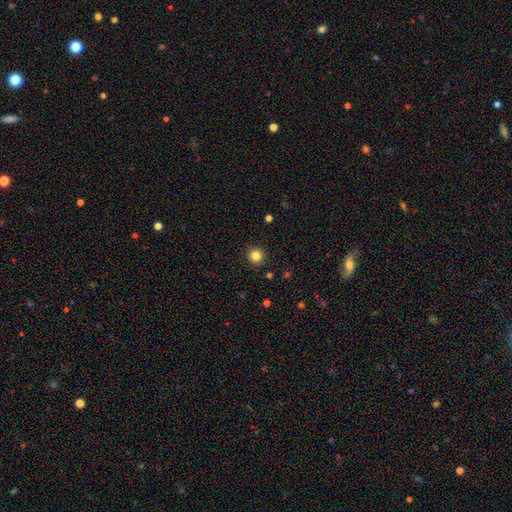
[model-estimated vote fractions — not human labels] Smooth or featured?
  - smooth: 83% *
  - star or artifact: 12%
  - featured or disk: 4%
How rounded?
  - round: 95% *
  - in between: 4%
  - cigar-shaped: 1%
Merging?
  - none: 92% *
  - minor disturbance: 5%
  - major disturbance: 2%
  - merger: 1%